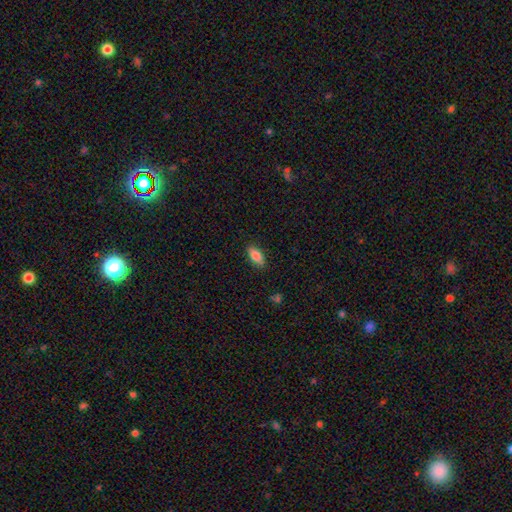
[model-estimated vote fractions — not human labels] Q: Smooth or featured?
A: smooth (85%); runner-up: featured or disk (8%)
Q: How rounded?
A: in between (87%); runner-up: cigar-shaped (10%)
Q: Merging?
A: none (86%); runner-up: minor disturbance (10%)